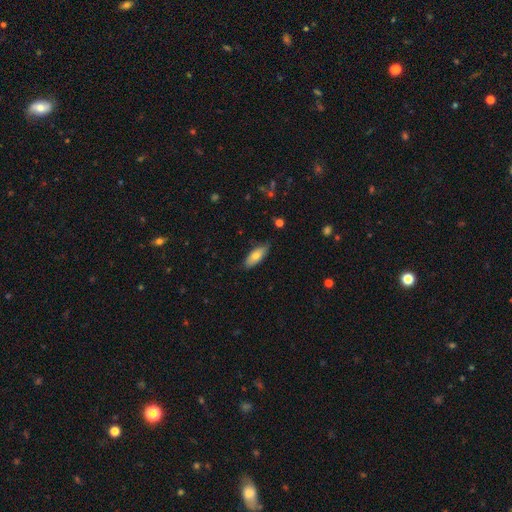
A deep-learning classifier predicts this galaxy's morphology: smooth 71%, featured or disk 22%, star or artifact 6%. Down the decision tree: how rounded — in between (71%); merging — none (81%).